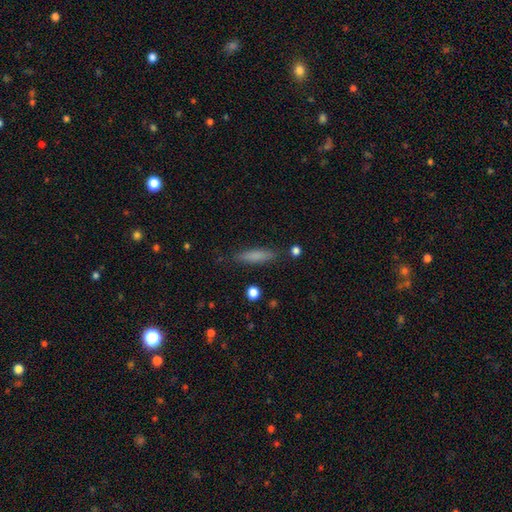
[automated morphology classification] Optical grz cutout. It shows a smooth galaxy with no disk features (78%) that is cigar-shaped (79%). Merging: none (84%).